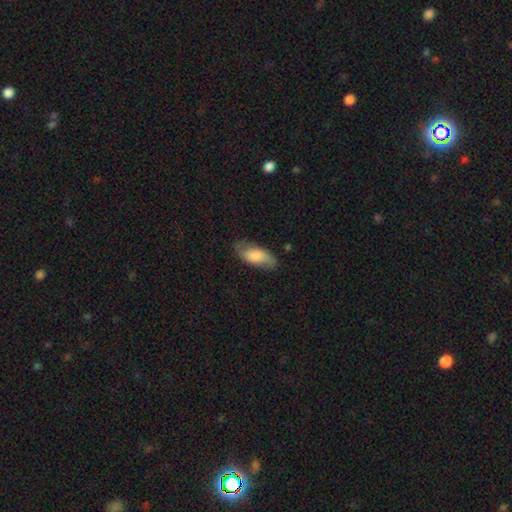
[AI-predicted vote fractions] Smooth or featured? Predicted: smooth (p=0.70). How rounded? Predicted: in between (p=0.87). Merging? Predicted: none (p=0.70).